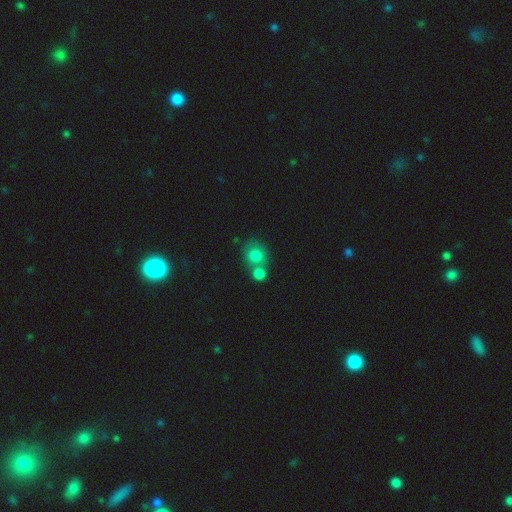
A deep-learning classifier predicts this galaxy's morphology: This appears to be a smooth galaxy with no disk features (80%) that is round (78%). Merging: merger (44%).